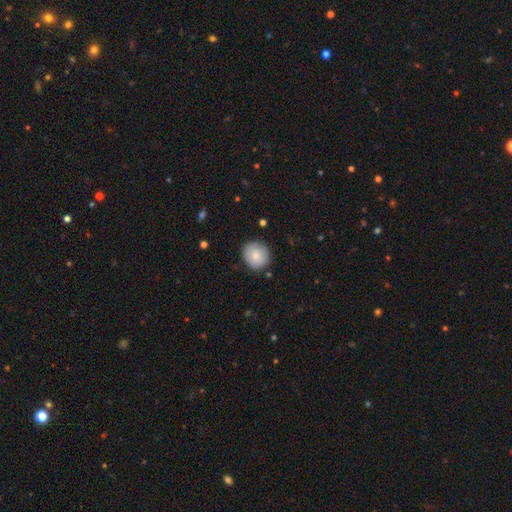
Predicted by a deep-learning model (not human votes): A smooth galaxy with no disk features (83%) that is round (89%). Merging: none (86%).